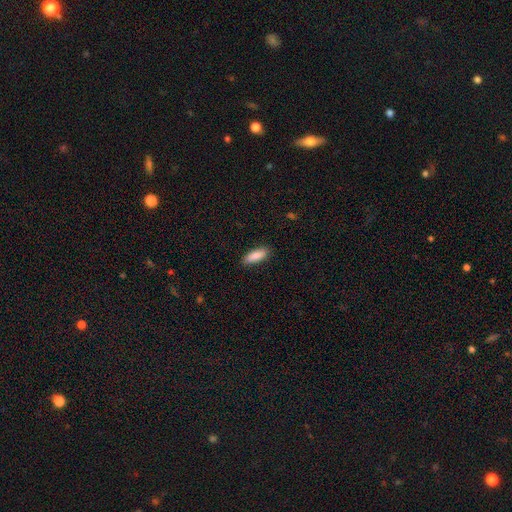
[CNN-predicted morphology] A smooth galaxy with no disk features (88%) that is in between round and cigar-shaped (71%). Merging: none (88%).